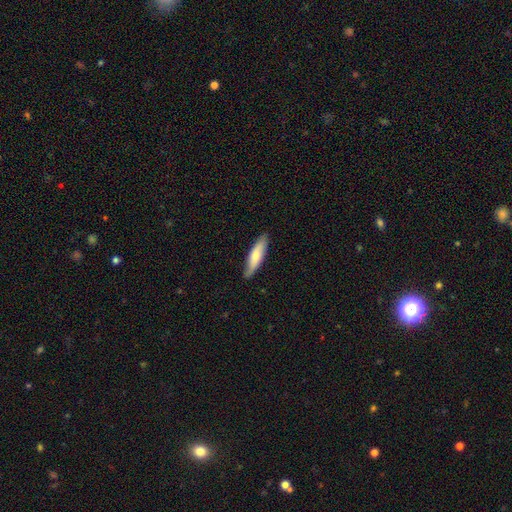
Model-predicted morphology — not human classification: smooth 70%, featured or disk 25%, star or artifact 5%. Down the decision tree: how rounded — cigar-shaped (73%); merging — none (84%).